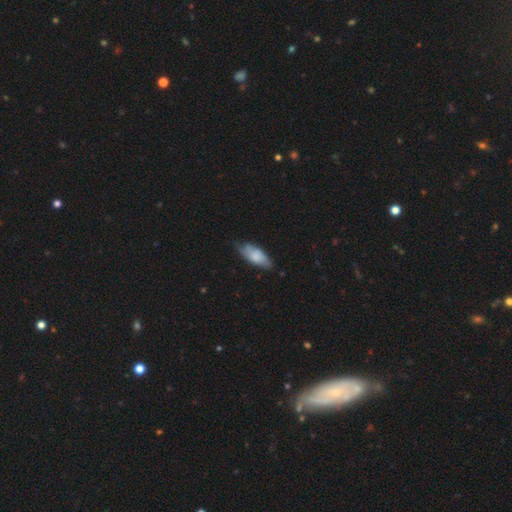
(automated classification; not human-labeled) smooth-or-featured: smooth: 76% | featured or disk: 18% | star or artifact: 6%
  how-rounded: in between: 80% | cigar-shaped: 18% | round: 2%
  merging: none: 64% | minor disturbance: 29% | major disturbance: 5% | merger: 2%